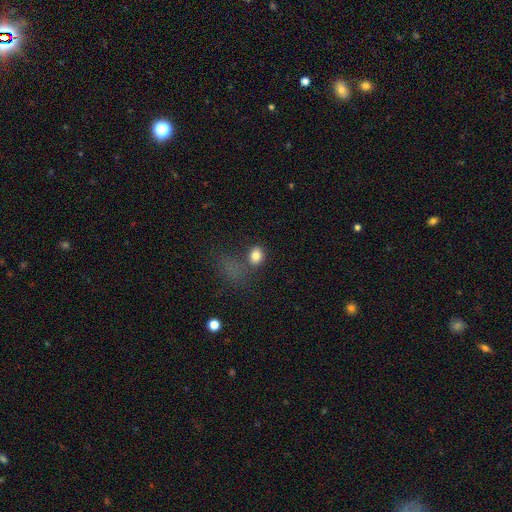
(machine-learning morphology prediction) The model was most divided on "how rounded": in between: 55%, round: 43%, cigar-shaped: 2%. More confident: smooth or featured — smooth (80%); merging — none (54%).